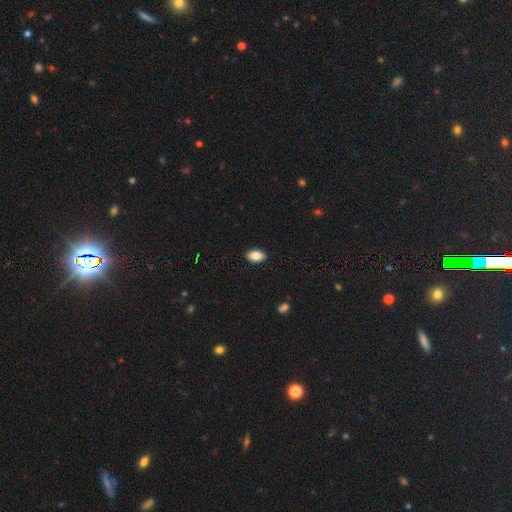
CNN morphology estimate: Q: Smooth or featured?
A: smooth (85%); runner-up: featured or disk (8%)
Q: How rounded?
A: in between (91%); runner-up: round (8%)
Q: Merging?
A: none (91%); runner-up: minor disturbance (7%)